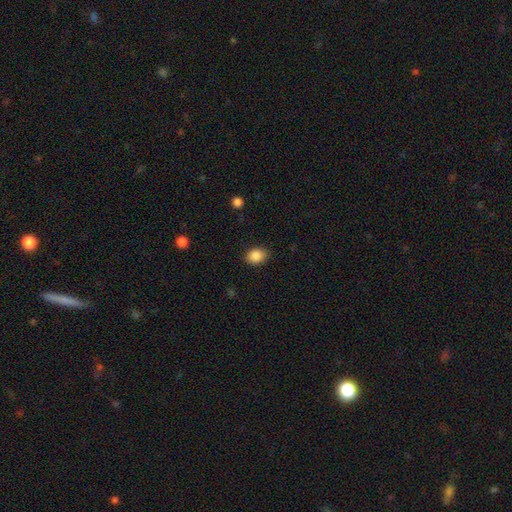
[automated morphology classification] Overall: smooth (88%). How rounded: in between (63%; round 36%). Merging: none (86%).